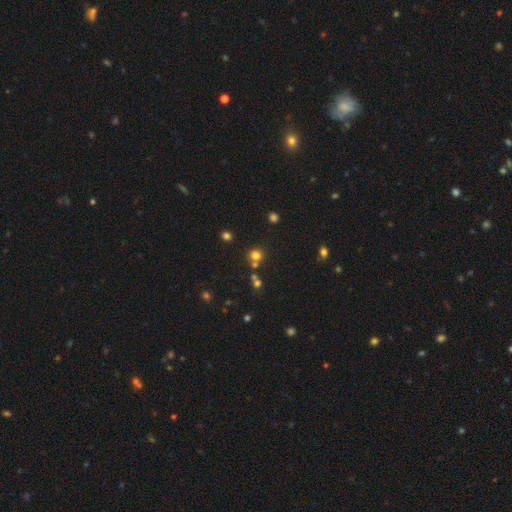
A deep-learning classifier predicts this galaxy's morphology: Smooth or featured? Predicted: smooth (p=0.71). How rounded? Predicted: round (p=0.90). Merging? Predicted: none (p=0.68).